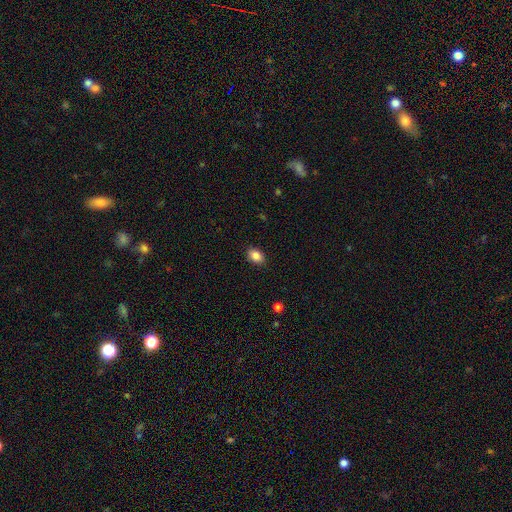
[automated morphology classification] smooth_or_featured: smooth (p=0.86) [alt: star or artifact p=0.09]
how_rounded: in between (p=0.79) [alt: round p=0.20]
merging: none (p=0.88) [alt: minor disturbance p=0.09]